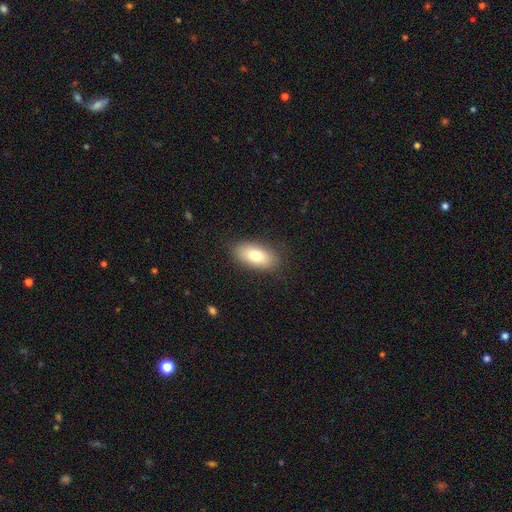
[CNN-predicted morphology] smooth-or-featured: smooth: 78% | featured or disk: 15% | star or artifact: 7%
  how-rounded: in between: 90% | cigar-shaped: 6% | round: 4%
  merging: none: 85% | minor disturbance: 11% | major disturbance: 3% | merger: 1%